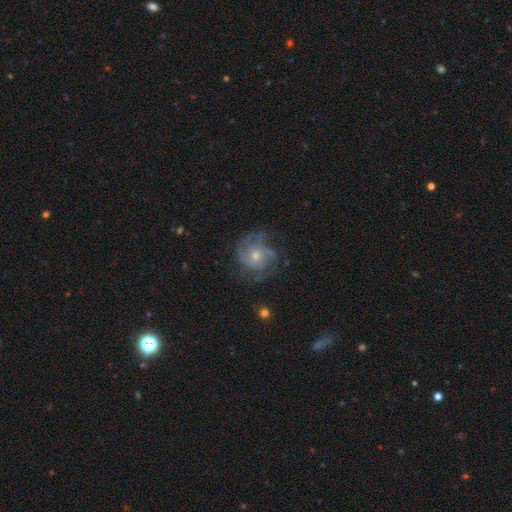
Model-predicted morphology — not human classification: Smooth or featured?
  - featured or disk: 76% *
  - smooth: 15%
  - star or artifact: 9%
Edge-on disk?
  - no: 98% *
  - yes: 2%
Bar?
  - no: 78% *
  - weak: 19%
  - strong: 3%
Spiral arms?
  - yes: 90% *
  - no: 10%
Spiral winding?
  - tight: 49% *
  - medium: 38%
  - loose: 13%
Spiral arm count?
  - 3: 30% * (tied)
  - can't tell: 30% * (tied)
  - 2: 17%
  - 4: 12%
  - 1: 6%
  - more than 4: 5%
Bulge size?
  - moderate: 52% *
  - small: 42%
  - large: 3%
  - none: 2%
  - dominant: 1%
Merging?
  - none: 67% *
  - minor disturbance: 19%
  - major disturbance: 12%
  - merger: 1%